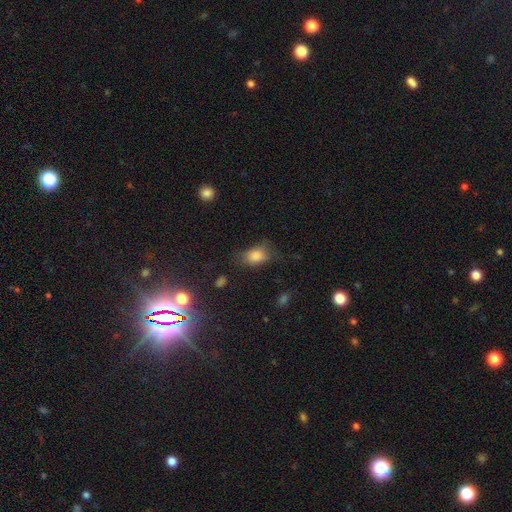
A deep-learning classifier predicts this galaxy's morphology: Smooth or featured? smooth (81%)
How rounded? in between (79%)
Merging? none (56%)